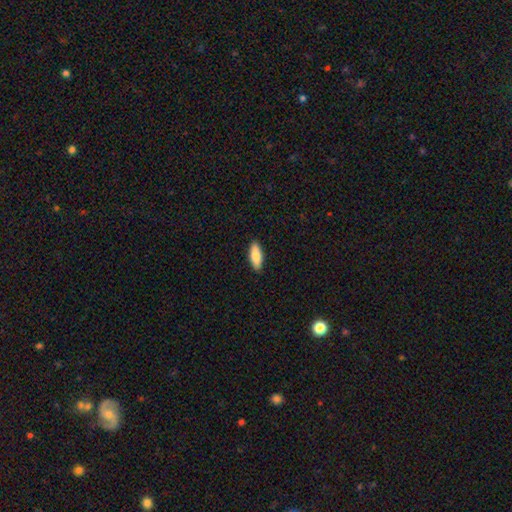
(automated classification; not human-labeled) smooth_or_featured: smooth (p=0.83) [alt: featured or disk p=0.11]
how_rounded: in between (p=0.70) [alt: cigar-shaped p=0.28]
merging: none (p=0.90) [alt: minor disturbance p=0.07]